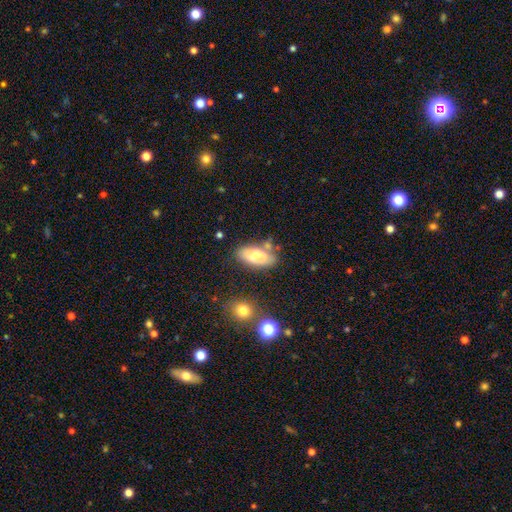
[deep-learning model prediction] smooth 70%, featured or disk 23%, star or artifact 7%. Down the decision tree: how rounded — in between (89%); merging — none (63%).